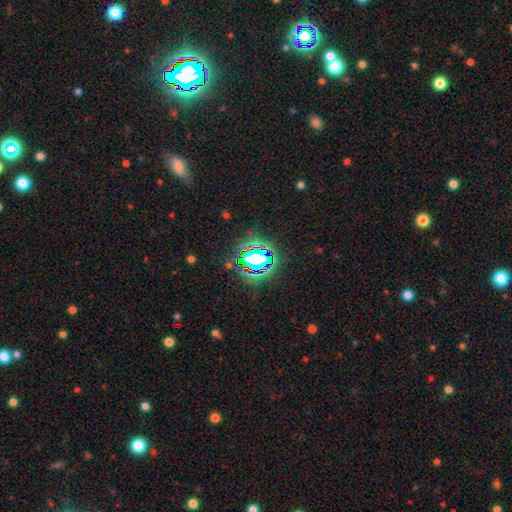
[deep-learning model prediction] Q: Smooth or featured?
A: star or artifact (72%); runner-up: smooth (17%)